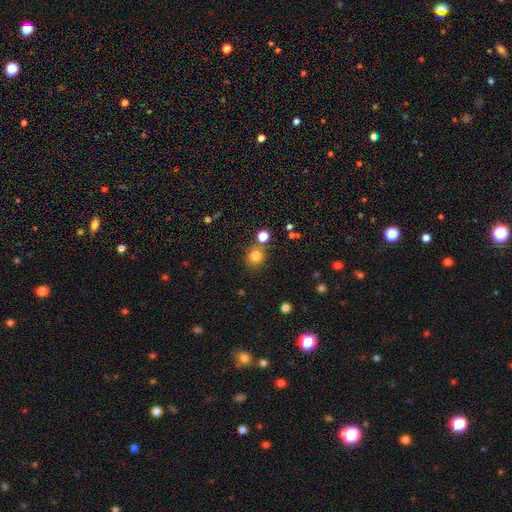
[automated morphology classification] type=smooth (81%); roundness=round (85%); merging=none (75%).